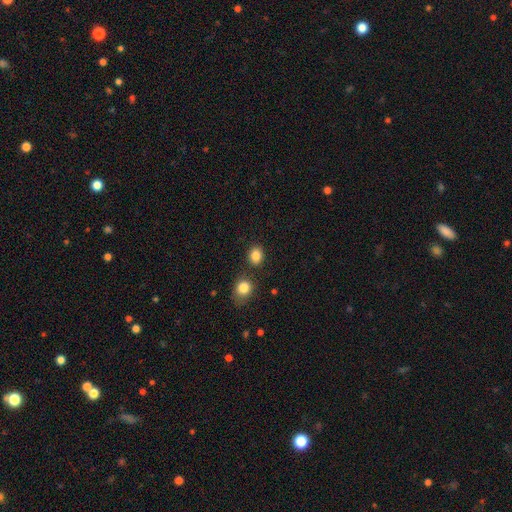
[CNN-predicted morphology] A smooth galaxy with no disk features (85%) that is round (65%). Merging: none (79%).